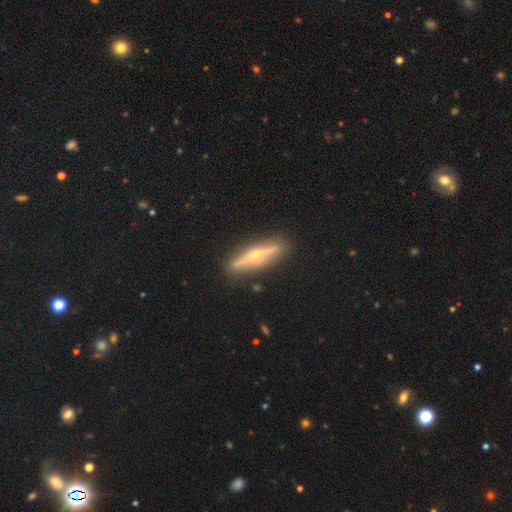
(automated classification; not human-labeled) Smooth or featured?
  - featured or disk: 76% *
  - smooth: 19%
  - star or artifact: 6%
Edge-on disk?
  - yes: 95% *
  - no: 5%
Edge-on bulge?
  - rounded: 91% *
  - none: 6%
  - boxy: 3%
Merging?
  - none: 89% *
  - minor disturbance: 8%
  - major disturbance: 2%
  - merger: 1%